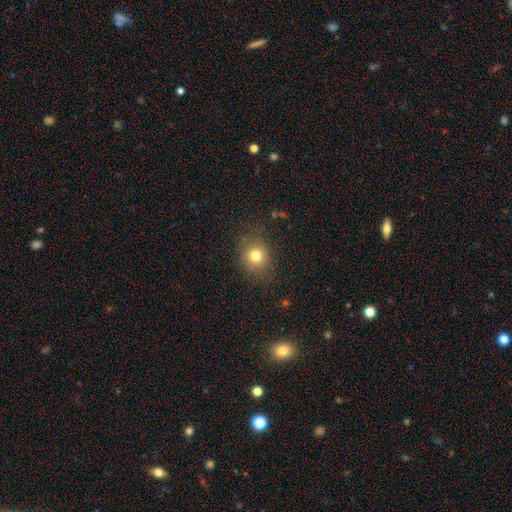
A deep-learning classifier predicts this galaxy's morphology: type=smooth (76%); roundness=round (79%); merging=none (80%).